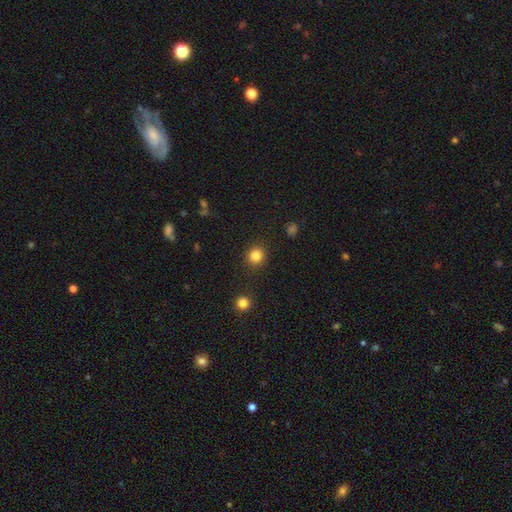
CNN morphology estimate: smooth-or-featured: smooth: 84% | star or artifact: 12% | featured or disk: 4%
  how-rounded: round: 88% | in between: 11% | cigar-shaped: 1%
  merging: none: 90% | minor disturbance: 6% | major disturbance: 2% | merger: 2%